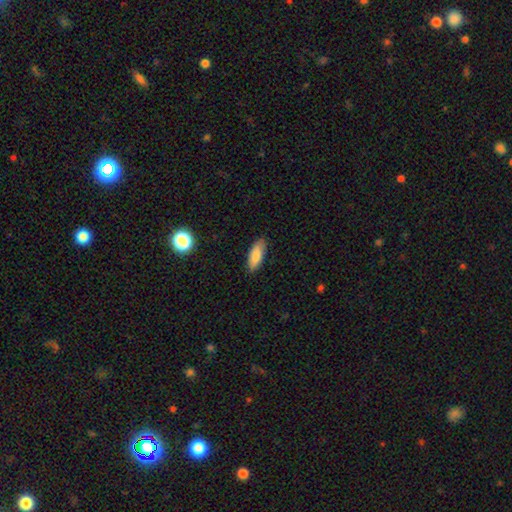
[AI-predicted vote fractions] A smooth galaxy with no disk features (84%) that is in between round and cigar-shaped (73%).

Vote fractions:
- Smooth or featured? smooth: 84% / featured or disk: 10% / star or artifact: 7%
- How rounded? in between: 73% / cigar-shaped: 24% / round: 2%
- Merging? none: 86% / minor disturbance: 11% / major disturbance: 2% / merger: 1%